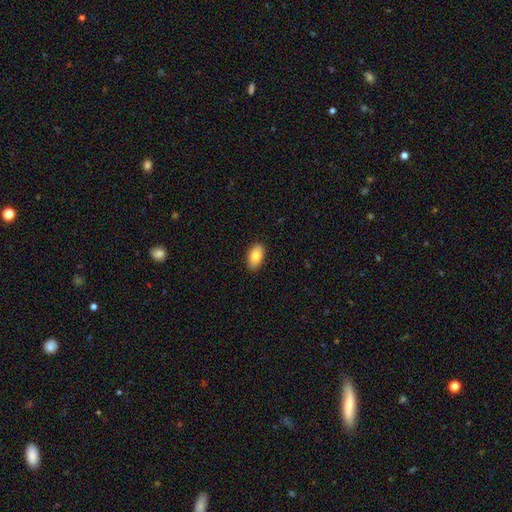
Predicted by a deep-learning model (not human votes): This appears to be a smooth galaxy with no disk features (83%) that is in between round and cigar-shaped (93%). Merging: none (89%).